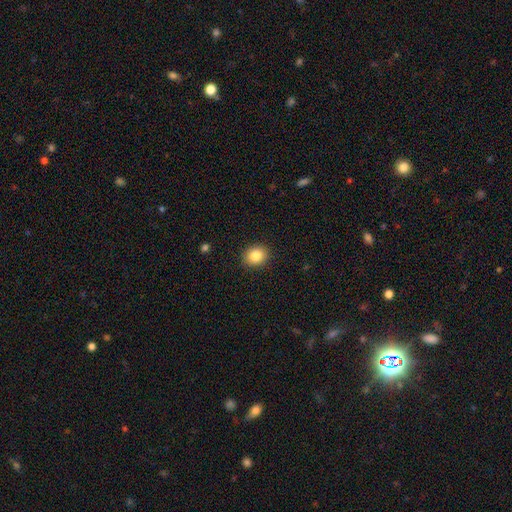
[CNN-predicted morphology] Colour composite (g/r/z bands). It shows a smooth galaxy with no disk features (84%) that is round (69%). Merging: none (90%).